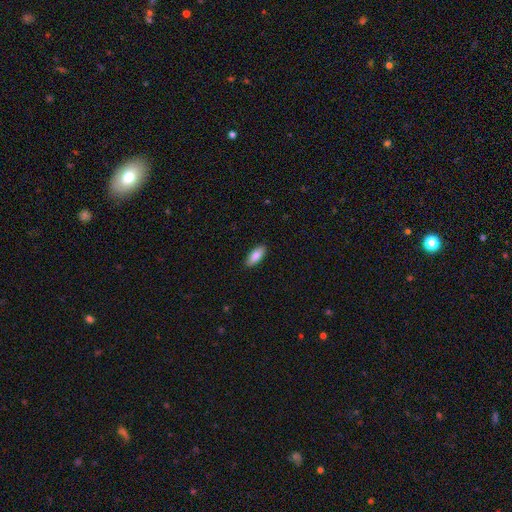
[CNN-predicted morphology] A smooth galaxy with no disk features (86%) that is in between round and cigar-shaped (77%).

Vote fractions:
- Smooth or featured? smooth: 86% / featured or disk: 9% / star or artifact: 6%
- How rounded? in between: 77% / cigar-shaped: 21% / round: 2%
- Merging? none: 89% / minor disturbance: 8% / major disturbance: 2% / merger: 1%